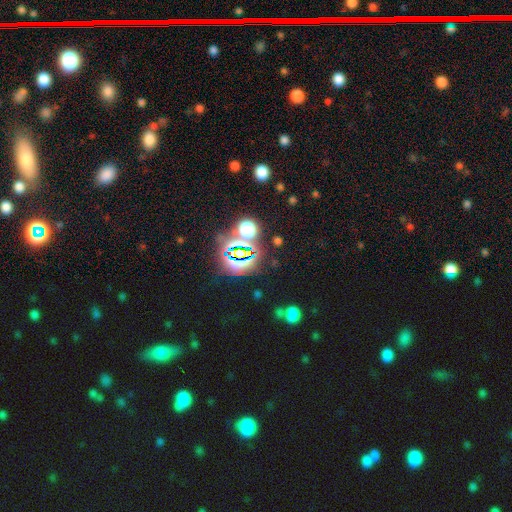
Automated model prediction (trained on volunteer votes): Smooth or featured?
  - star or artifact: 75% *
  - smooth: 17%
  - featured or disk: 8%